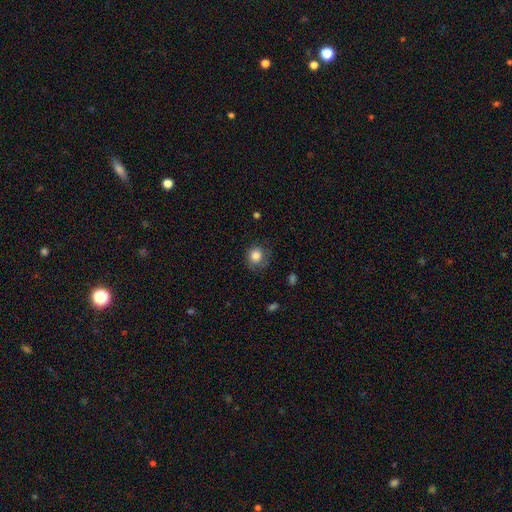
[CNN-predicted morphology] Overall: smooth (82%). How rounded: round (82%). Merging: none (66%).